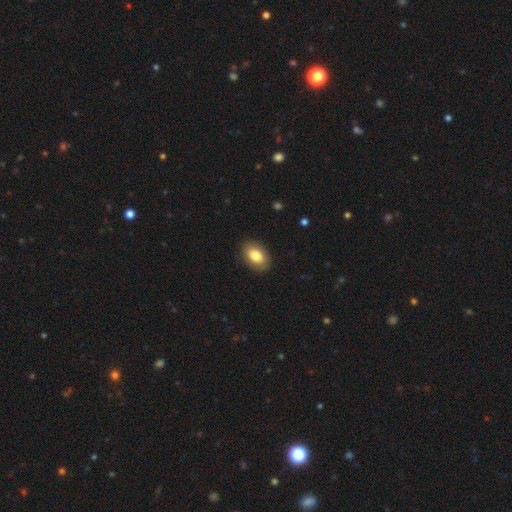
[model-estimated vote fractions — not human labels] Smooth or featured?
  - smooth: 80% *
  - featured or disk: 13%
  - star or artifact: 7%
How rounded?
  - in between: 86% *
  - round: 12%
  - cigar-shaped: 1%
Merging?
  - none: 88% *
  - minor disturbance: 9%
  - major disturbance: 2%
  - merger: 1%